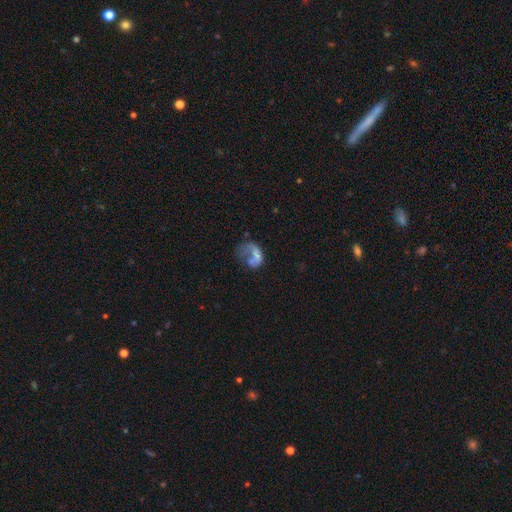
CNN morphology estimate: Overall: featured or disk (46%; smooth 42%). Merging: major disturbance (52%; none 20%).